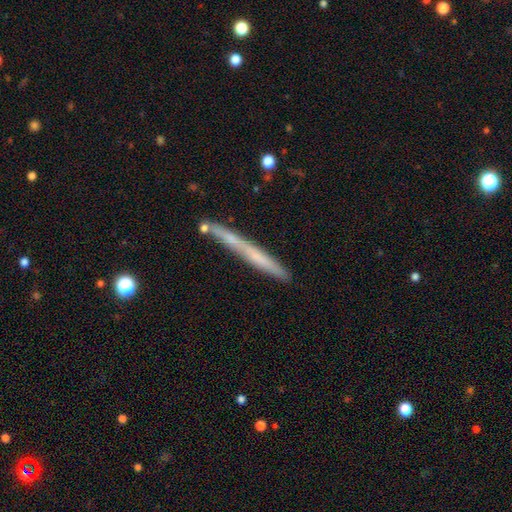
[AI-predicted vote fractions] Smooth or featured: smooth — 47% (featured or disk — 46%)
Merging: none — 78% (minor disturbance — 14%)